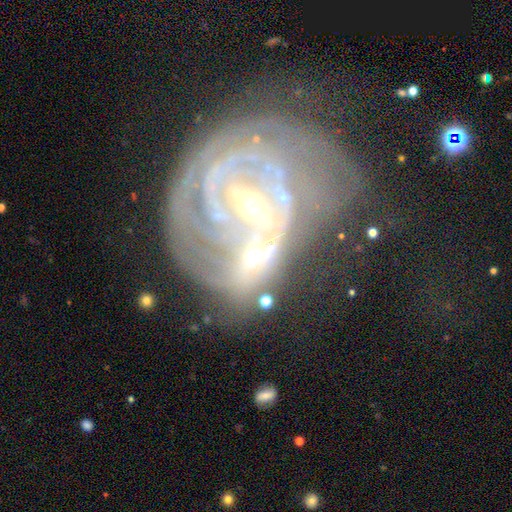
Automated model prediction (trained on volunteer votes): Smooth or featured: featured or disk — 75% (smooth — 14%)
Edge-on disk: no — 95% (yes — 5%)
Bar: no — 39% (weak — 30%)
Spiral arms: yes — 83% (no — 17%)
Spiral winding: tight — 61% (medium — 28%)
Spiral arm count: can't tell — 33% (2 — 22%)
Bulge size: moderate — 45% (tied with small — 45%)
Merging: merger — 47% (none — 25%)